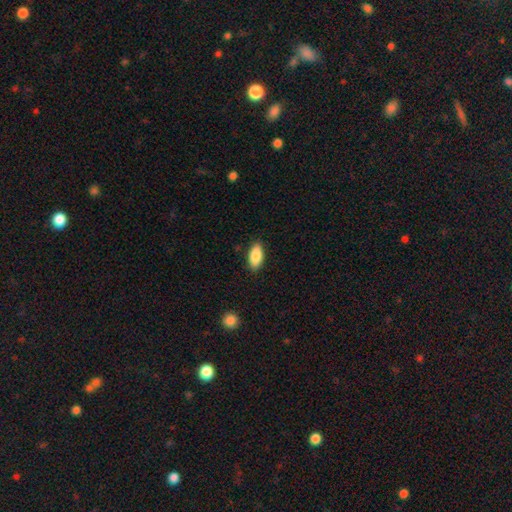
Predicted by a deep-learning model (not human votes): Smooth or featured? smooth (88%)
How rounded? in between (89%)
Merging? none (87%)